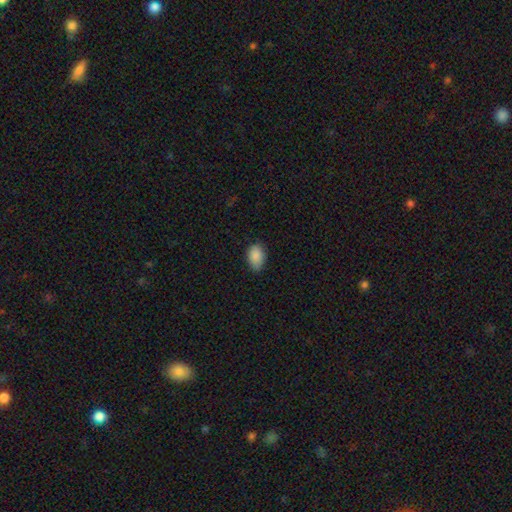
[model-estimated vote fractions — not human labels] Morphology: type=smooth (88%); roundness=in between (86%); merging=none (71%).